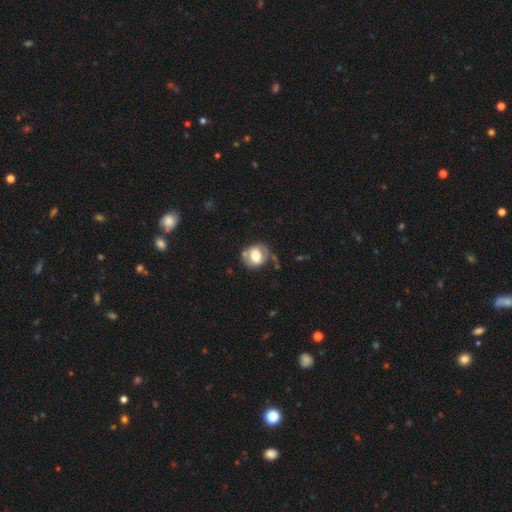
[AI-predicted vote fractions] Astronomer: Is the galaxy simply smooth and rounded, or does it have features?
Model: smooth — 55% (runner-up: featured or disk, 38%).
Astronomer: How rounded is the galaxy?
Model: round — 69%.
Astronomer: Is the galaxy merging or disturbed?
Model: none — 62%.